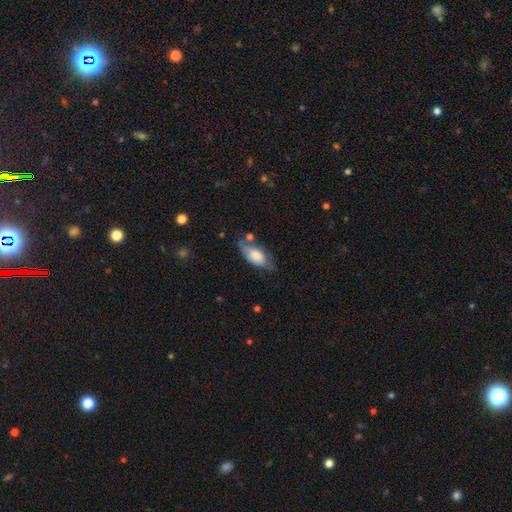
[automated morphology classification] smooth 66%, featured or disk 28%, star or artifact 7%. Down the decision tree: how rounded — in between (88%); merging — none (53%).